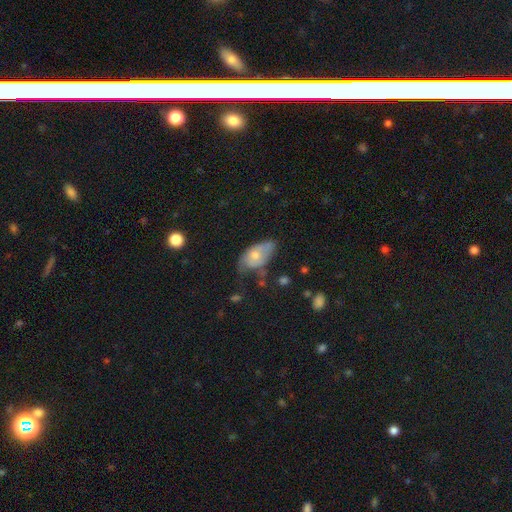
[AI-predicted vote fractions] smooth-or-featured: smooth: 59% | featured or disk: 34% | star or artifact: 7%
  how-rounded: in between: 91% | round: 6% | cigar-shaped: 4%
  merging: minor disturbance: 39% | none: 32% | major disturbance: 23% | merger: 6%